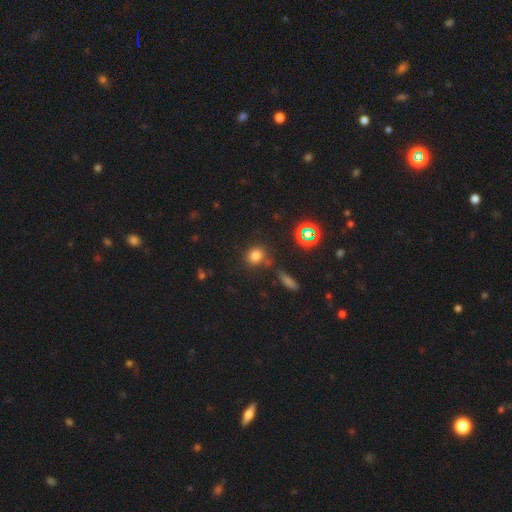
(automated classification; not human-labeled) This appears to be a smooth galaxy with no disk features (72%) that is round (74%). Merging: none (74%).